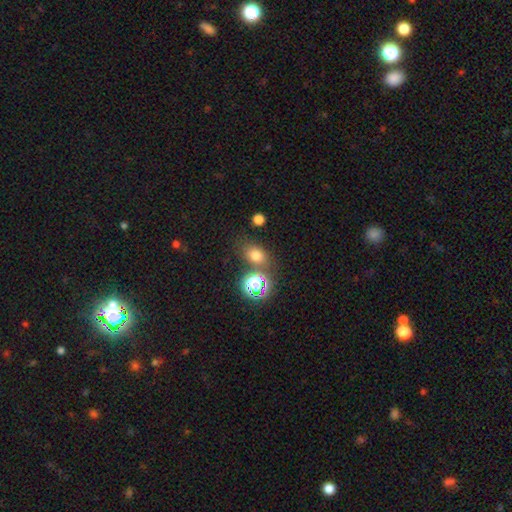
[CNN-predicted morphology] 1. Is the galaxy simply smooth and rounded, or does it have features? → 70% smooth, 22% star or artifact, 8% featured or disk.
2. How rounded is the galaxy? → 60% in between, 38% round, 2% cigar-shaped.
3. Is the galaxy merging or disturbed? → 71% none, 13% merger, 12% minor disturbance, 5% major disturbance.